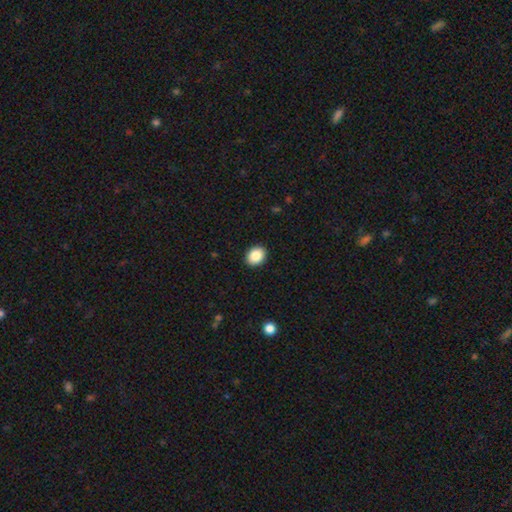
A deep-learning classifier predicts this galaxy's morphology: This is clearly a smooth galaxy (88%). How rounded: possibly in between (50%). Merging: clearly none (91%).